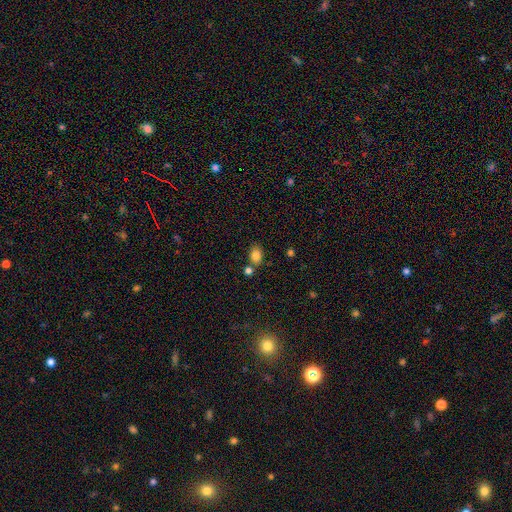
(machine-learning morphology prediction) Q: Smooth or featured?
A: smooth (83%); runner-up: star or artifact (10%)
Q: How rounded?
A: in between (73%); runner-up: round (25%)
Q: Merging?
A: none (69%); runner-up: merger (15%)